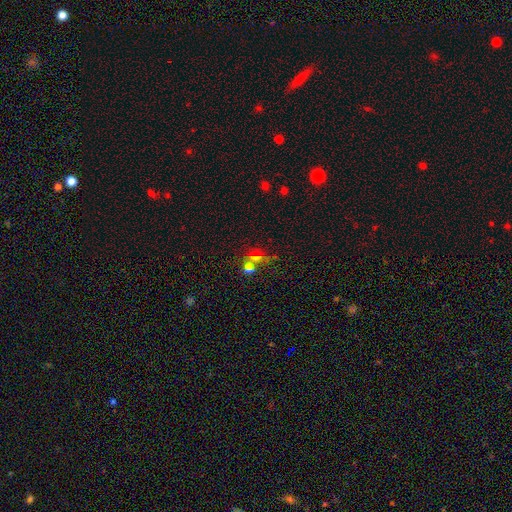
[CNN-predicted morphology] star or artifact 47%, smooth 36%, featured or disk 16%.